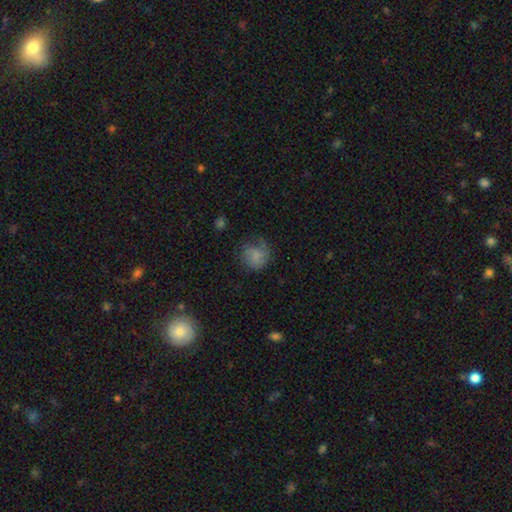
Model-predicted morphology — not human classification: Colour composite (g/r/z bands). It shows a smooth galaxy with no disk features (67%) that is round (76%). Merging: none (51%).